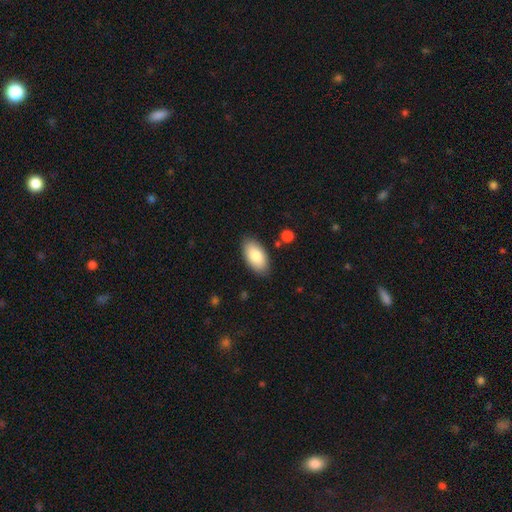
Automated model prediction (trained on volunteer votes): Smooth or featured: smooth — 82% (featured or disk — 12%)
How rounded: in between — 95% (round — 3%)
Merging: none — 86% (minor disturbance — 10%)